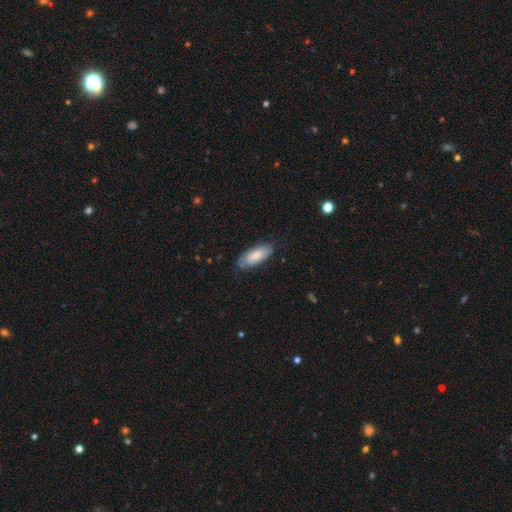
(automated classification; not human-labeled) Morphology: type=smooth (80%); roundness=in between (78%); merging=none (76%).